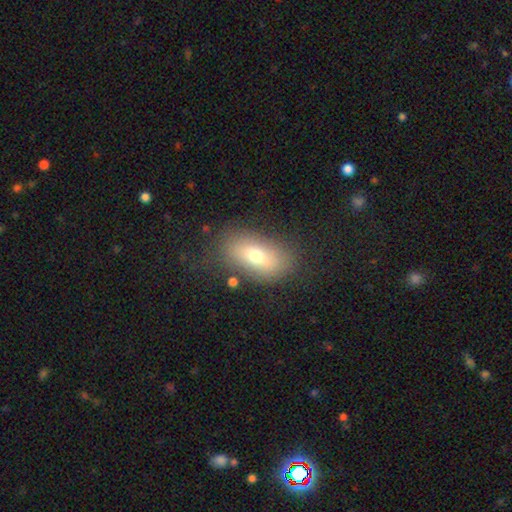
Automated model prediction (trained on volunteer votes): Q: Smooth or featured?
A: smooth (68%); runner-up: featured or disk (22%)
Q: How rounded?
A: in between (86%); runner-up: round (8%)
Q: Merging?
A: none (75%); runner-up: minor disturbance (16%)